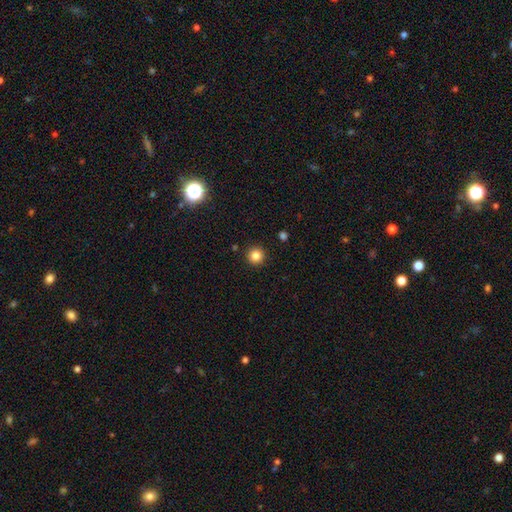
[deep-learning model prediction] smooth-or-featured: smooth: 83% | star or artifact: 12% | featured or disk: 5%
  how-rounded: round: 95% | in between: 4% | cigar-shaped: 1%
  merging: none: 92% | minor disturbance: 5% | major disturbance: 2% | merger: 1%